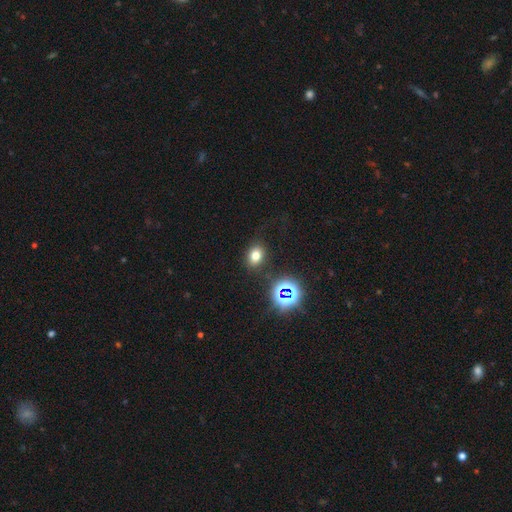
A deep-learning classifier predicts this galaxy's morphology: Smooth or featured? smooth (71%)
How rounded? in between (65%)
Merging? none (81%)